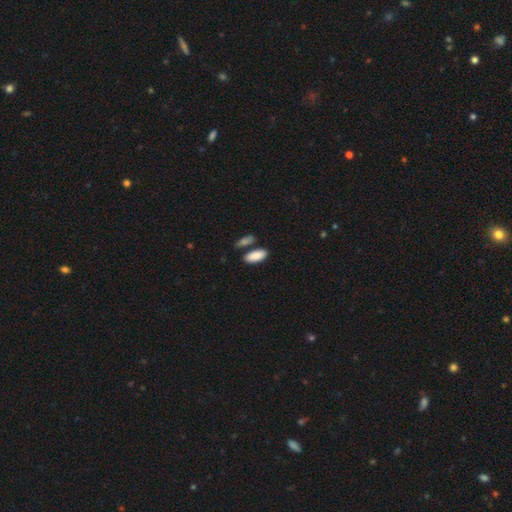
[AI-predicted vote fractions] The model was most divided on "merging": none: 71%, merger: 15%, minor disturbance: 11%, major disturbance: 3%. More confident: smooth or featured — smooth (89%); how rounded — in between (85%).